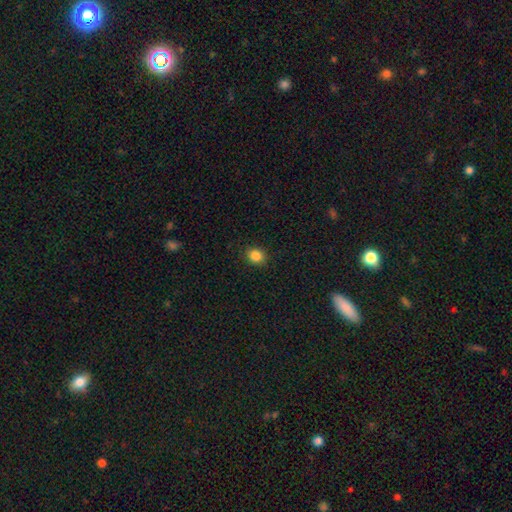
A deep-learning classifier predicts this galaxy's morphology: Overall: smooth (86%). How rounded: round (70%). Merging: none (90%).